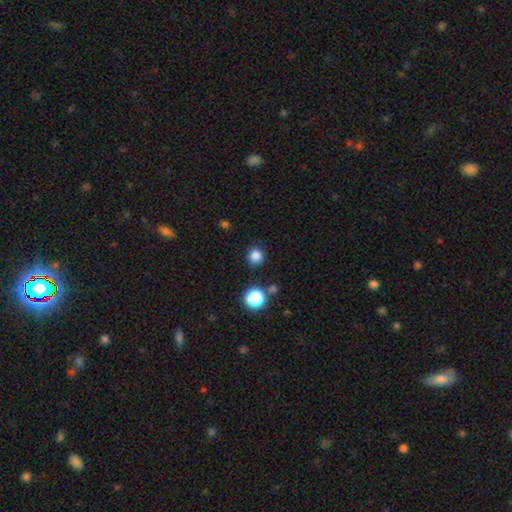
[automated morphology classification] A smooth galaxy with no disk features (82%) that is round (93%). Merging: none (88%).